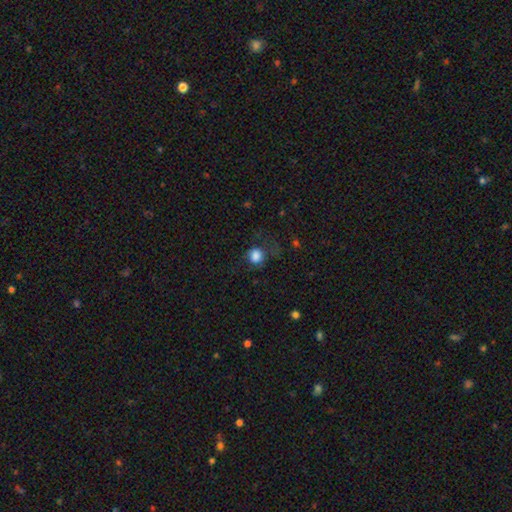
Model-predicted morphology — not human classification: Q: Smooth or featured?
A: smooth (83%); runner-up: star or artifact (11%)
Q: How rounded?
A: round (82%); runner-up: in between (17%)
Q: Merging?
A: none (58%); runner-up: minor disturbance (20%)